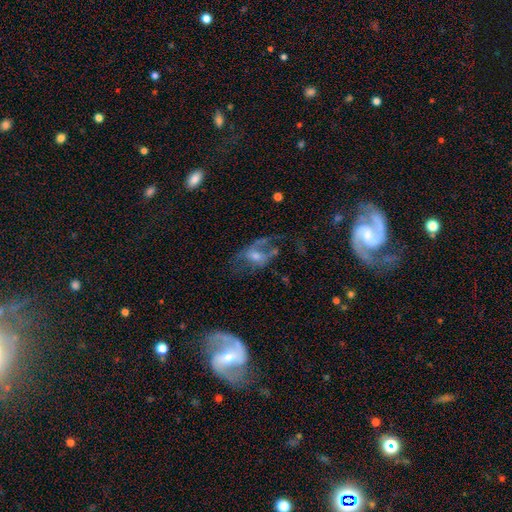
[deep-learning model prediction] smooth-or-featured: featured or disk: 62% | smooth: 25% | star or artifact: 13%
  disk-edge-on: no: 95% | yes: 5%
    bar: no: 63% | weak: 29% | strong: 8%
    has-spiral-arms: yes: 52% | no: 48%
    bulge-size: moderate: 45% | small: 41% | none: 8% | large: 5% | dominant: 1%
  merging: major disturbance: 42% | none: 34% | minor disturbance: 18% | merger: 6%